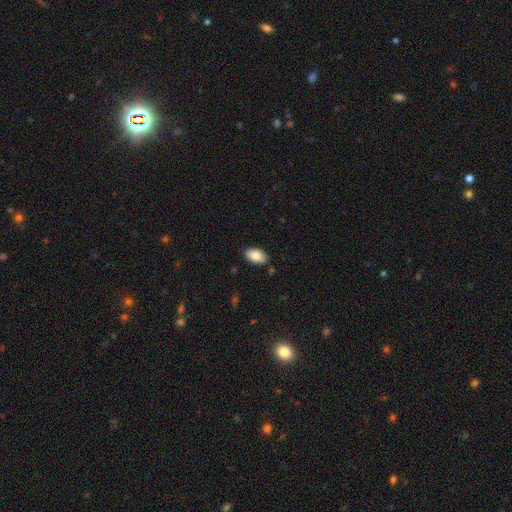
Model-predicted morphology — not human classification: This is clearly a smooth galaxy (85%). How rounded: clearly in between (94%). Merging: clearly none (85%).